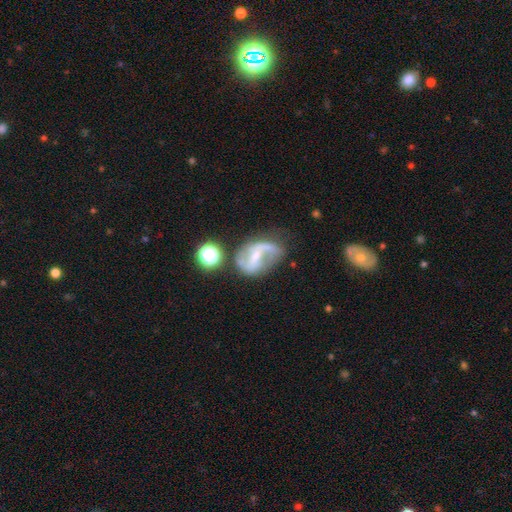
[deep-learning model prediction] featured or disk 78%, smooth 13%, star or artifact 9%. Down the decision tree: edge-on disk — no (97%); bar — weak (43%); spiral arms — yes (87%); spiral arm count — 2 (78%); spiral winding — loose (55%); bulge size — small (54%); merging — none (49%).